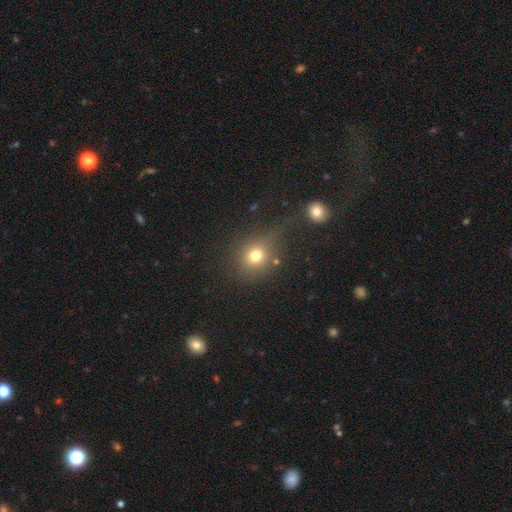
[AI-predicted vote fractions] smooth_or_featured: smooth (p=0.72) [alt: star or artifact p=0.17]
how_rounded: round (p=0.75) [alt: in between p=0.23]
merging: none (p=0.61) [alt: minor disturbance p=0.16]